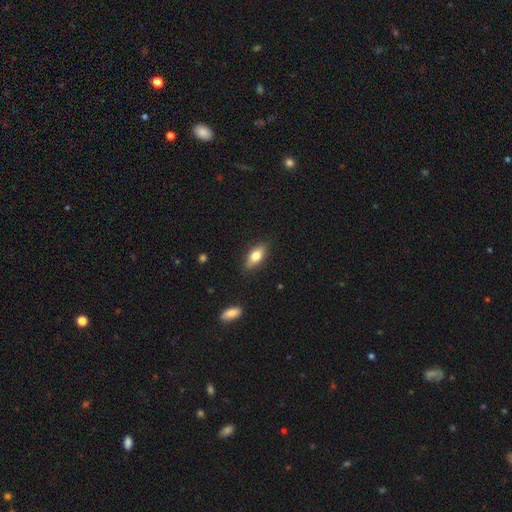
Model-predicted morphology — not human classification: smooth-or-featured: smooth: 75% | featured or disk: 18% | star or artifact: 7%
  how-rounded: in between: 82% | cigar-shaped: 14% | round: 4%
  merging: none: 85% | minor disturbance: 12% | major disturbance: 2% | merger: 1%